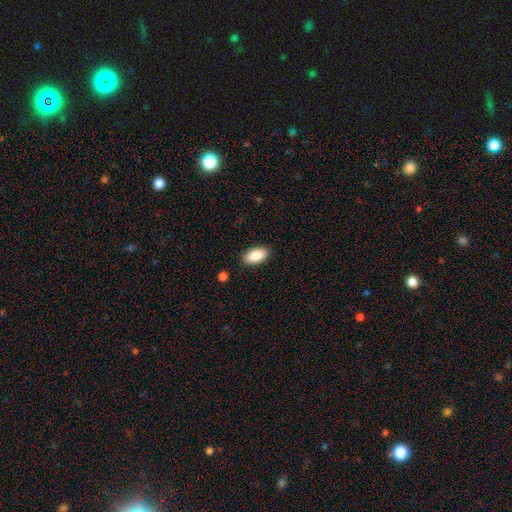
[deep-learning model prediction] This appears to be a smooth galaxy with no disk features (89%) that is in between round and cigar-shaped (94%). Merging: none (88%).